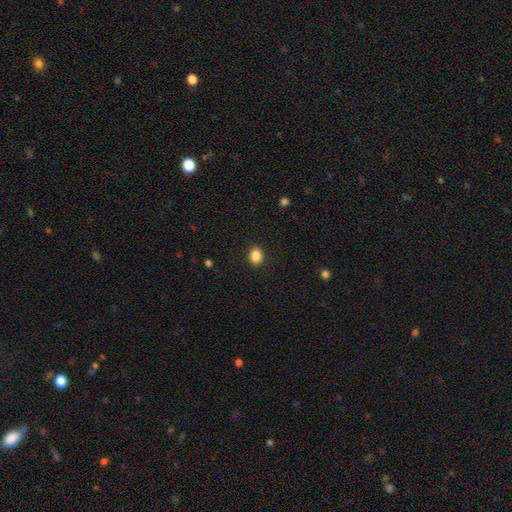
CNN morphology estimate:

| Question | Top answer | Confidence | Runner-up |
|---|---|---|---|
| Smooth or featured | smooth | 88% | star or artifact (9%) |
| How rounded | in between | 64% | round (35%) |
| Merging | none | 90% | minor disturbance (7%) |